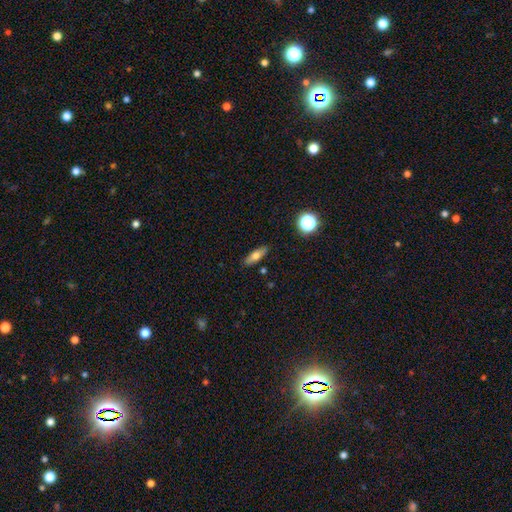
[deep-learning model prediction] smooth_or_featured: smooth (p=0.67) [alt: featured or disk p=0.24]
how_rounded: in between (p=0.58) [alt: cigar-shaped p=0.38]
merging: none (p=0.86) [alt: minor disturbance p=0.10]